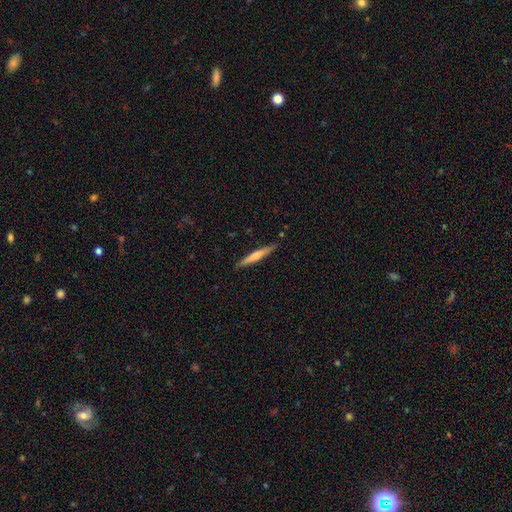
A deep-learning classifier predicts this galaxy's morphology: The model was most divided on "smooth or featured": smooth: 58%, featured or disk: 37%, star or artifact: 5%. More confident: how rounded — cigar-shaped (95%); merging — none (89%).